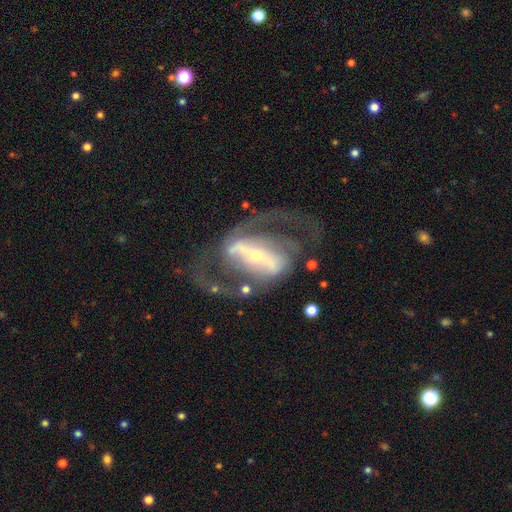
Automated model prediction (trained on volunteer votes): This appears to be a featured or disk galaxy (87%) with a strong bar (72%), 2 (86%) medium (51%) spiral arms (82%) and a small central bulge (68%). Merging: none (62%).